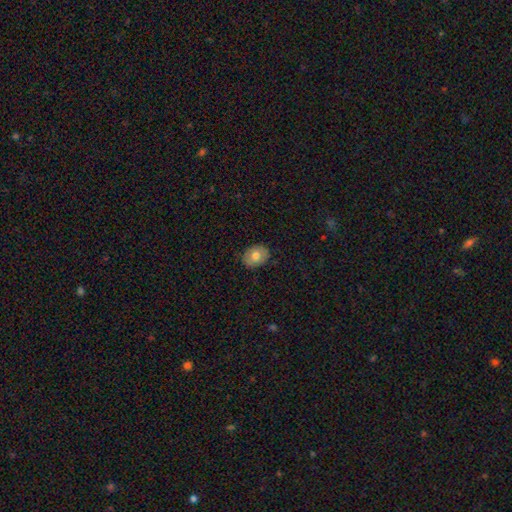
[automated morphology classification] A smooth galaxy with no disk features (71%) that is in between round and cigar-shaped (61%).

Vote fractions:
- Smooth or featured? smooth: 71% / featured or disk: 21% / star or artifact: 8%
- How rounded? in between: 61% / round: 38% / cigar-shaped: 1%
- Merging? none: 83% / minor disturbance: 13% / major disturbance: 2% / merger: 1%